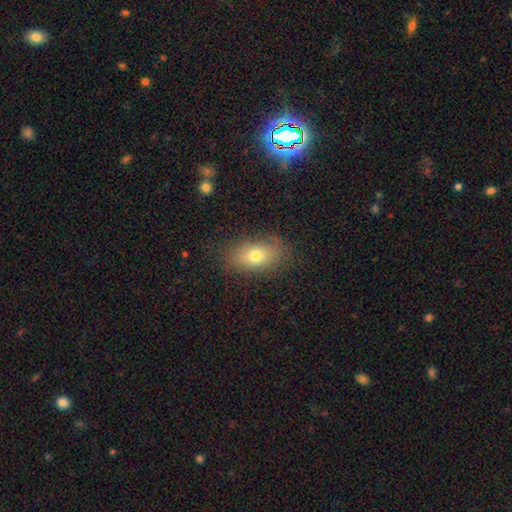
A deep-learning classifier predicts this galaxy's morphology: Smooth or featured?
  - smooth: 73% *
  - featured or disk: 16%
  - star or artifact: 11%
How rounded?
  - in between: 84% *
  - round: 12%
  - cigar-shaped: 3%
Merging?
  - none: 79% *
  - minor disturbance: 14%
  - major disturbance: 5%
  - merger: 1%